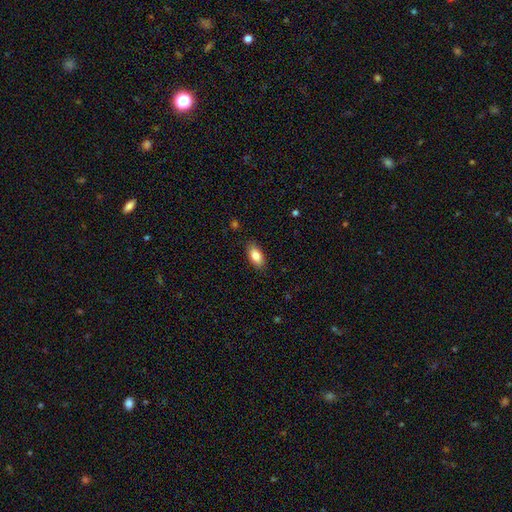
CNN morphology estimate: Smooth or featured?
  - smooth: 85% *
  - featured or disk: 8%
  - star or artifact: 7%
How rounded?
  - in between: 90% *
  - cigar-shaped: 6%
  - round: 4%
Merging?
  - none: 86% *
  - minor disturbance: 10%
  - major disturbance: 2%
  - merger: 1%